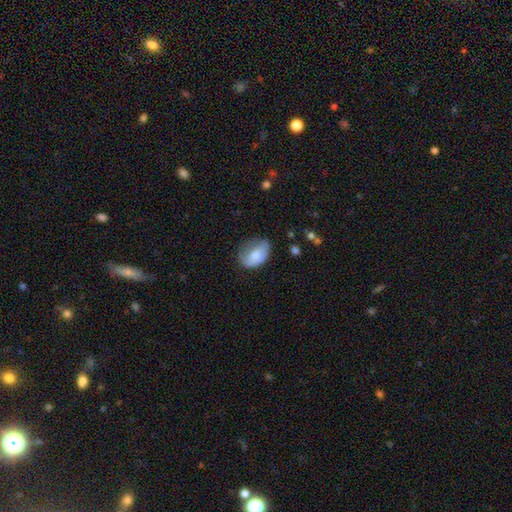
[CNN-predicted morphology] type=smooth (70%); roundness=in between (84%); merging=none (40%, tied with minor disturbance).